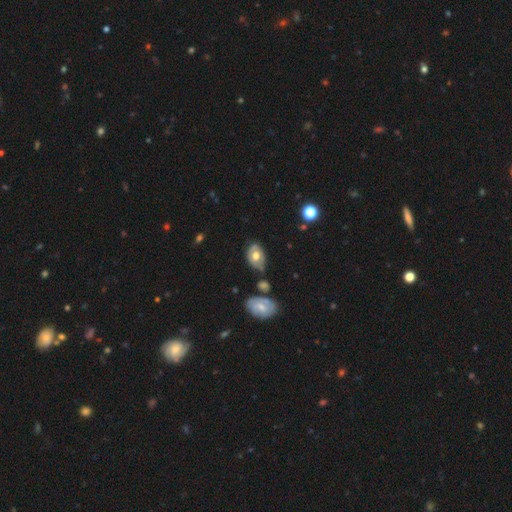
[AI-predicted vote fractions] This is possibly a smooth galaxy (52%). How rounded: clearly in between (82%). Merging: possibly none (60%).